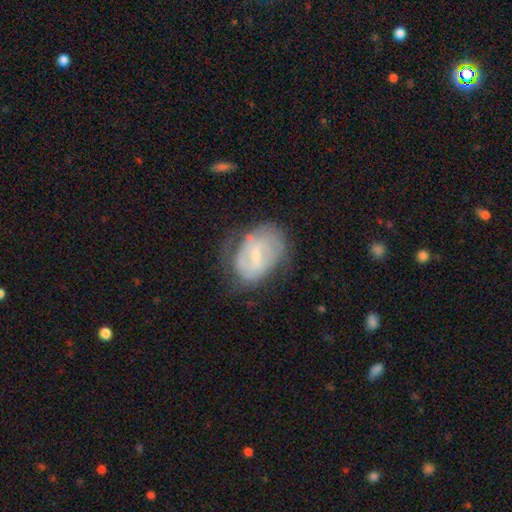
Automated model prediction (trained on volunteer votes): Q: Smooth or featured?
A: featured or disk (63%); runner-up: smooth (30%)
Q: Edge-on disk?
A: no (96%); runner-up: yes (4%)
Q: Bar?
A: weak (57%); runner-up: strong (22%)
Q: Spiral arms?
A: yes (69%); runner-up: no (31%)
Q: Bulge size?
A: small (60%); runner-up: moderate (26%)
Q: Merging?
A: none (53%); runner-up: minor disturbance (29%)